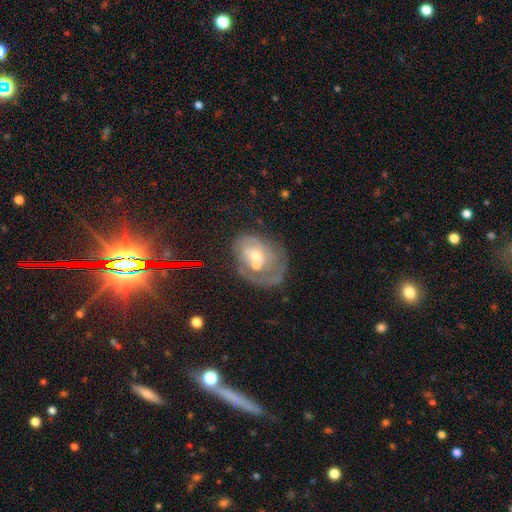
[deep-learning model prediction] Morphology: type=featured or disk (64%); edge-on=no (96%); bar=no (78%); spiral arms=yes (58%); bulge=moderate (50%); merging=none (33%).